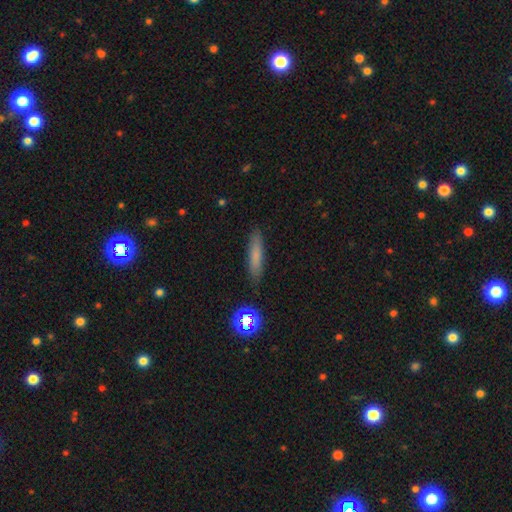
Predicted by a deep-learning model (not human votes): A smooth galaxy with no disk features (75%) that is cigar-shaped (82%). Merging: none (87%).